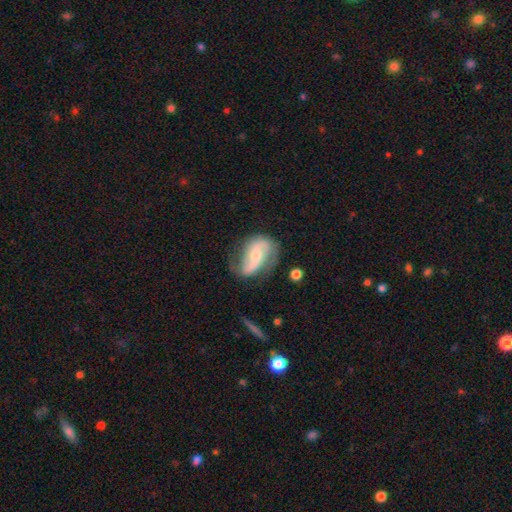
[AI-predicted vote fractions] Overall: featured or disk (74%). Edge-on disk: no (96%). Bar: weak (35%, tied with no). Spiral arms: yes (90%). Spiral arm count: 2 (83%). Spiral winding: loose (50%; medium 35%). Bulge size: small (49%; moderate 40%). Merging: none (55%; minor disturbance 26%).